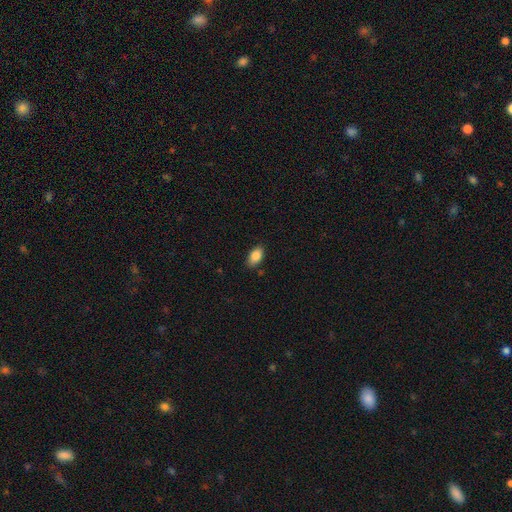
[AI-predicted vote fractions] Smooth or featured? smooth (86%)
How rounded? in between (92%)
Merging? none (84%)